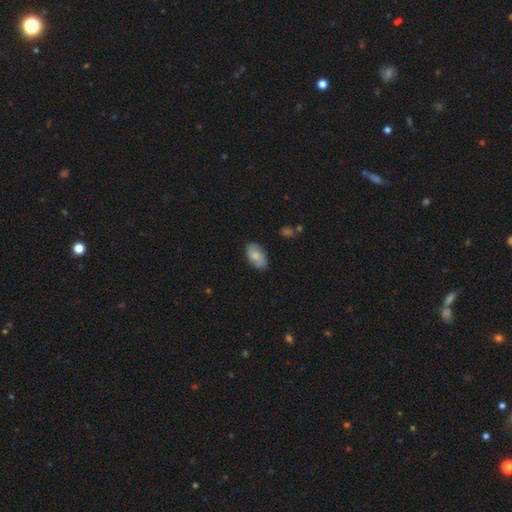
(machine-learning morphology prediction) A smooth galaxy with no disk features (72%) that is in between round and cigar-shaped (93%).

Vote fractions:
- Smooth or featured? smooth: 72% / featured or disk: 21% / star or artifact: 7%
- How rounded? in between: 93% / round: 5% / cigar-shaped: 2%
- Merging? none: 78% / minor disturbance: 18% / major disturbance: 3% / merger: 1%